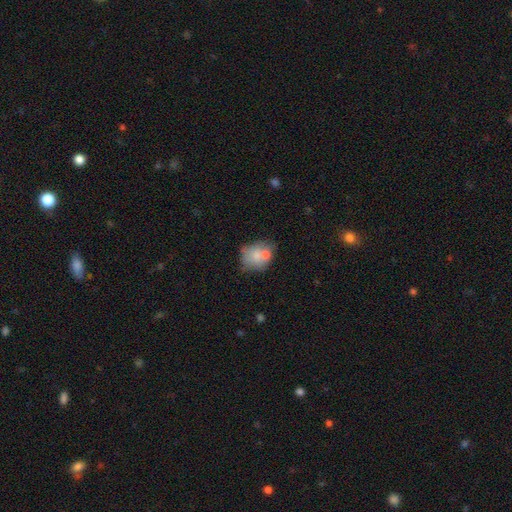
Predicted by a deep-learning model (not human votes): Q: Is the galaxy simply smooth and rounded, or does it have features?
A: smooth — 68%.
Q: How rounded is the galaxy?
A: round — 57%.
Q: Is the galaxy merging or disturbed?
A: none — 39%.